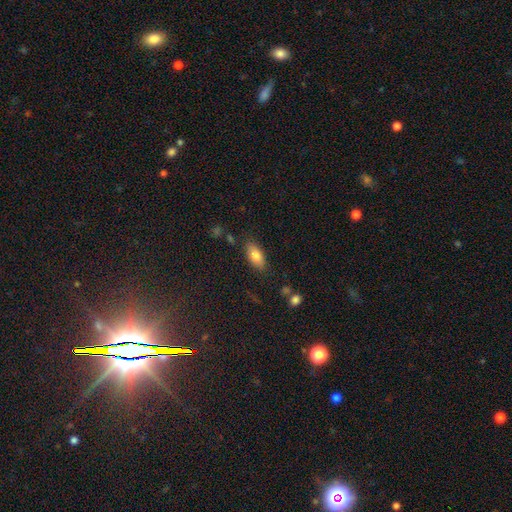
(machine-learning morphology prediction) A smooth galaxy with no disk features (80%) that is in between round and cigar-shaped (88%).

Vote fractions:
- Smooth or featured? smooth: 80% / featured or disk: 13% / star or artifact: 7%
- How rounded? in between: 88% / cigar-shaped: 8% / round: 3%
- Merging? none: 82% / minor disturbance: 13% / major disturbance: 3% / merger: 2%